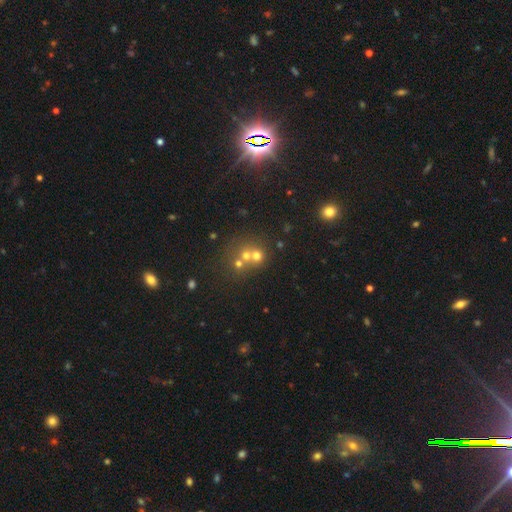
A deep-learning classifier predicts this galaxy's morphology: A smooth galaxy with no disk features (55%) that is round (80%).

Vote fractions:
- Smooth or featured? smooth: 55% / star or artifact: 23% / featured or disk: 22%
- How rounded? round: 80% / in between: 19% / cigar-shaped: 1%
- Merging? merger: 50% / none: 39% / minor disturbance: 7% / major disturbance: 4%